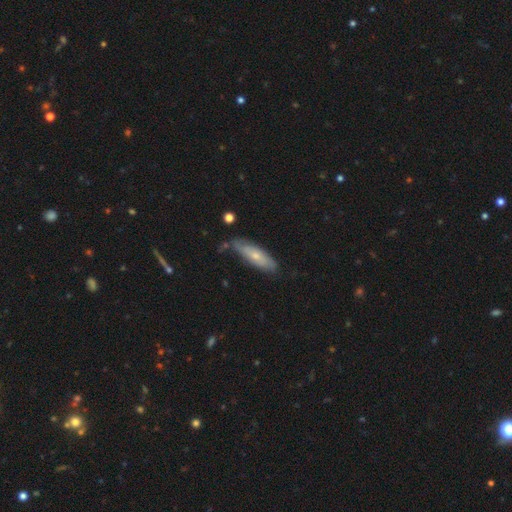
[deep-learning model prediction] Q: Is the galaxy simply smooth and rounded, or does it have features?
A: smooth — 53%.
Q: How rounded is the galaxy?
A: cigar-shaped — 51%.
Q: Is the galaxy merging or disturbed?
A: none — 66%.